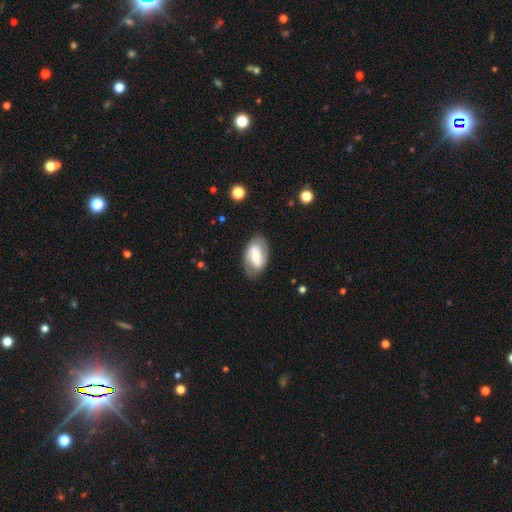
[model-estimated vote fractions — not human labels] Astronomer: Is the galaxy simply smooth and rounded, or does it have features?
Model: featured or disk — 49% (runner-up: smooth, 45%).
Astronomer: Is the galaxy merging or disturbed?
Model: none — 79%.